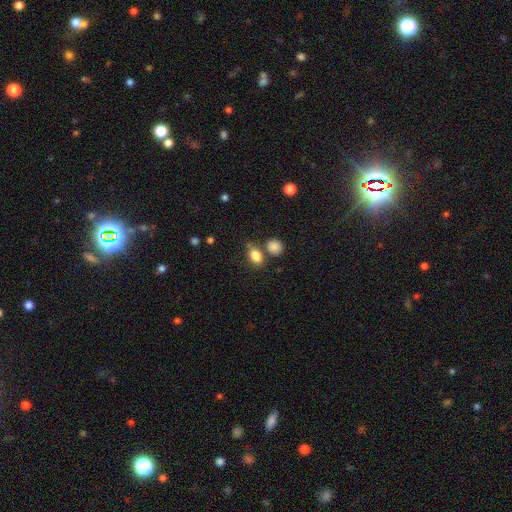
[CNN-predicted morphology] Smooth or featured: smooth — 84% (star or artifact — 10%)
How rounded: in between — 71% (round — 27%)
Merging: none — 63% (merger — 18%)